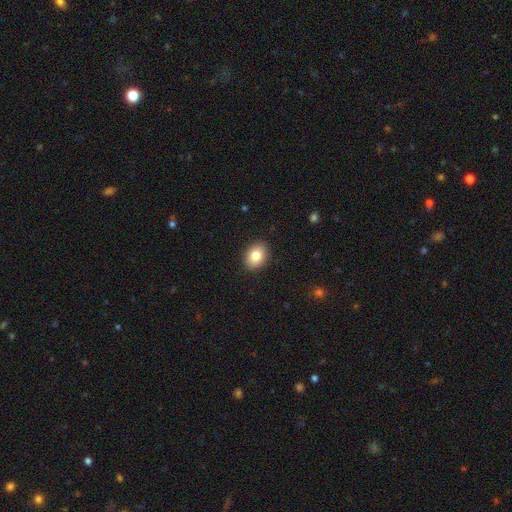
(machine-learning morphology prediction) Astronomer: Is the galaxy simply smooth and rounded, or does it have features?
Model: smooth — 84%.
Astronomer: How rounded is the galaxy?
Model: in between — 71%.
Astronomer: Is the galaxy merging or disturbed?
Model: none — 90%.